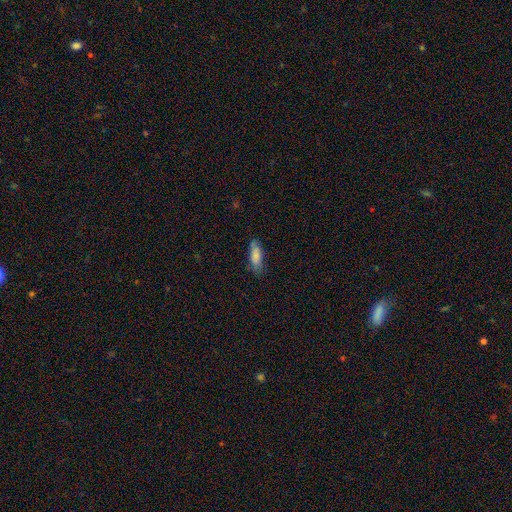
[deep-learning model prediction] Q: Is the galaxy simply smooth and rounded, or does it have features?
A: smooth — 82%.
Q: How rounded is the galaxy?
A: in between — 66%.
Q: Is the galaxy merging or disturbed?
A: none — 71%.